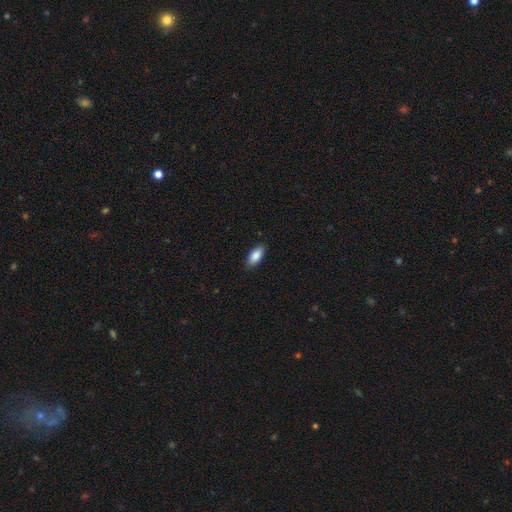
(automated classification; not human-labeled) Smooth or featured? smooth (88%)
How rounded? in between (89%)
Merging? none (88%)